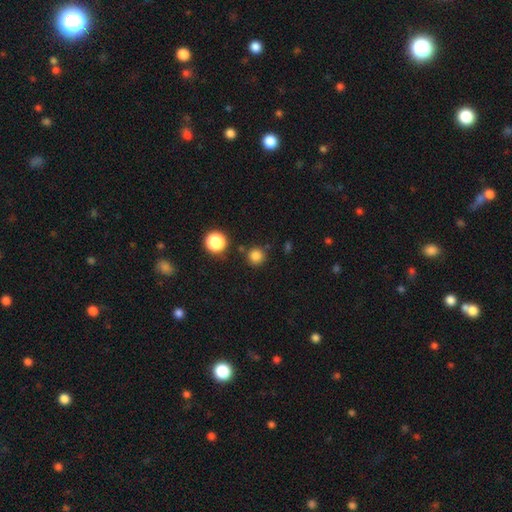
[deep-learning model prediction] Overall: smooth (81%). How rounded: round (94%). Merging: none (84%).